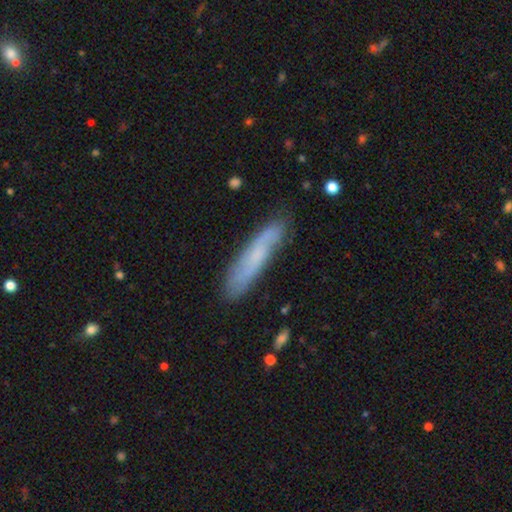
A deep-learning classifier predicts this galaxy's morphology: Smooth or featured?
  - smooth: 50% *
  - featured or disk: 43%
  - star or artifact: 8%
Merging?
  - none: 79% *
  - minor disturbance: 16%
  - major disturbance: 3%
  - merger: 2%